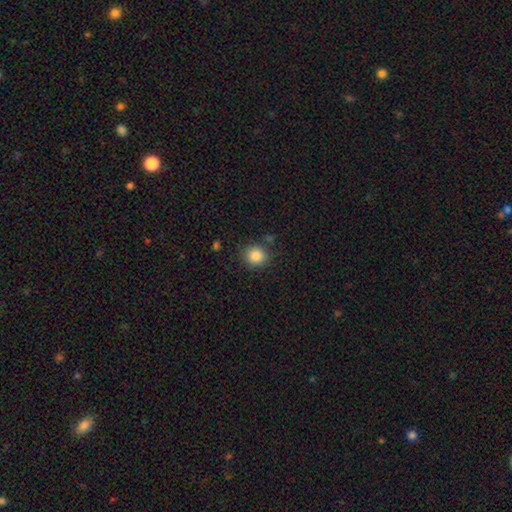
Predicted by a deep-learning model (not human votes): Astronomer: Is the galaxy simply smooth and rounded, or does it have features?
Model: smooth — 86%.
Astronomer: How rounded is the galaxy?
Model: round — 85%.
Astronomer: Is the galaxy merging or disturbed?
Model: none — 84%.